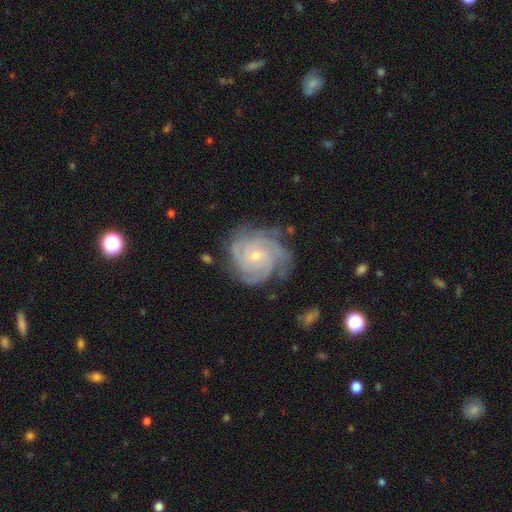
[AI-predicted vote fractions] smooth-or-featured: featured or disk: 89% | smooth: 6% | star or artifact: 6%
  disk-edge-on: no: 98% | yes: 2%
    bar: no: 71% | weak: 24% | strong: 5%
    has-spiral-arms: yes: 98% | no: 2%
      spiral-winding: tight: 74% | medium: 23% | loose: 3%
      spiral-arm-count: 4: 37% | 3: 24% | can't tell: 17% | 2: 9% | more than 4: 8% | 1: 6%
    bulge-size: small: 70% | moderate: 26% | none: 1% | large: 1% | dominant: 1%
  merging: none: 72% | minor disturbance: 19% | major disturbance: 7% | merger: 2%